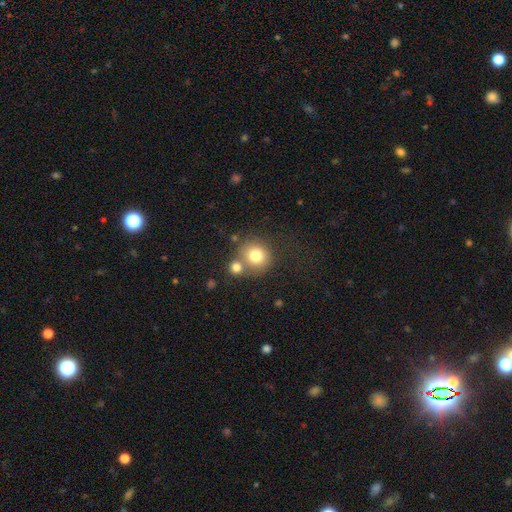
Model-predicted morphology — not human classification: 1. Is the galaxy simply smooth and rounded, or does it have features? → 77% smooth, 12% star or artifact, 11% featured or disk.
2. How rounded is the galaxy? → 89% round, 10% in between, 1% cigar-shaped.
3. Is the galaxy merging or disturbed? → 59% none, 27% merger, 9% minor disturbance, 4% major disturbance.